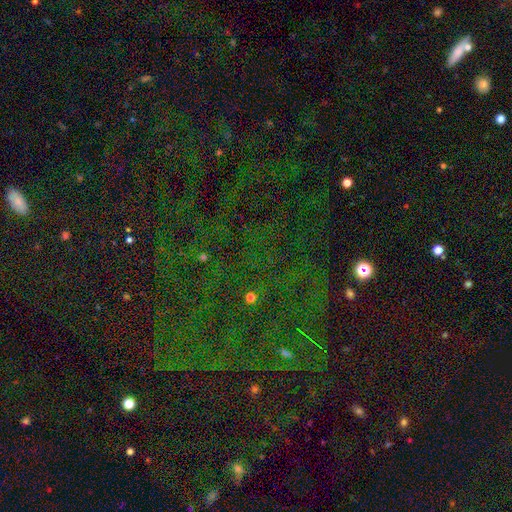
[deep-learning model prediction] Q: Smooth or featured?
A: star or artifact (80%); runner-up: smooth (12%)